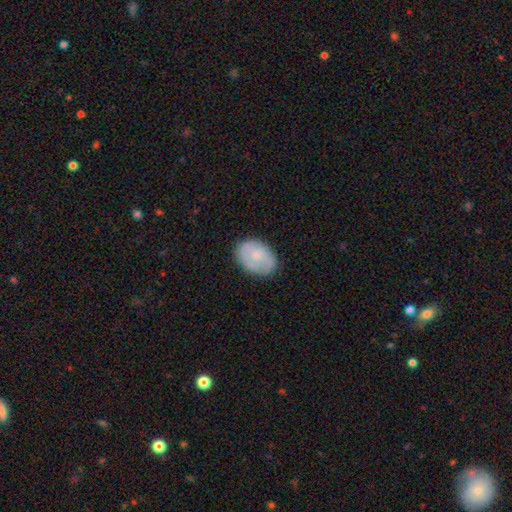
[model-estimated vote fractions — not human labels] smooth_or_featured: smooth (p=0.66) [alt: featured or disk p=0.28]
how_rounded: in between (p=0.79) [alt: round p=0.20]
merging: none (p=0.79) [alt: minor disturbance p=0.17]